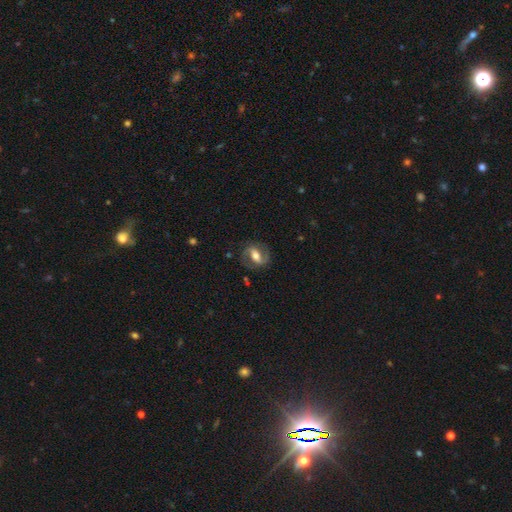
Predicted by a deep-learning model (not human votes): Q: Smooth or featured?
A: featured or disk (72%); runner-up: smooth (22%)
Q: Edge-on disk?
A: no (95%); runner-up: yes (5%)
Q: Bar?
A: strong (43%); runner-up: weak (37%)
Q: Spiral arms?
A: yes (85%); runner-up: no (15%)
Q: Spiral winding?
A: medium (51%); runner-up: tight (26%)
Q: Spiral arm count?
A: 2 (88%); runner-up: can't tell (6%)
Q: Bulge size?
A: moderate (64%); runner-up: large (19%)
Q: Merging?
A: none (77%); runner-up: minor disturbance (14%)